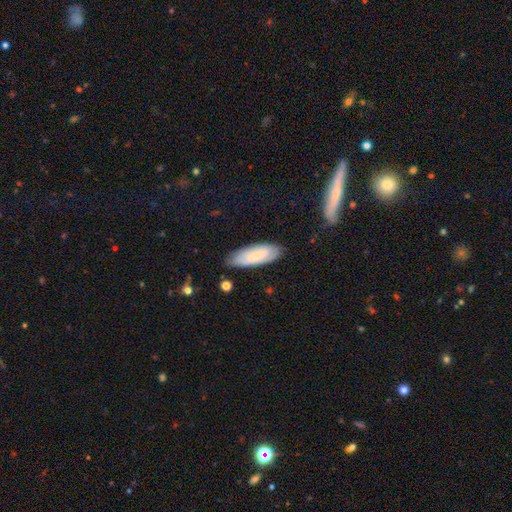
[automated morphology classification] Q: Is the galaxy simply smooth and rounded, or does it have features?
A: smooth — 71%.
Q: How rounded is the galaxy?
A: in between — 65%.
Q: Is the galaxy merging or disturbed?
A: none — 77%.